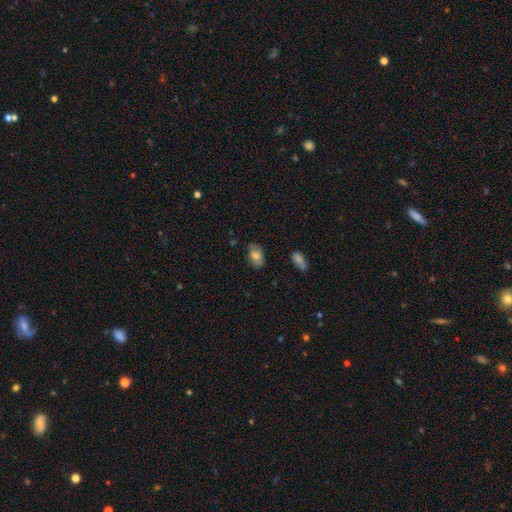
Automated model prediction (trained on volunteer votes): Morphology: type=smooth (77%); roundness=in between (87%); merging=none (75%).